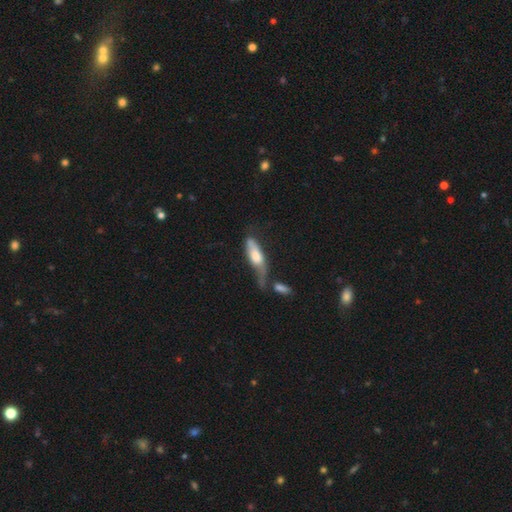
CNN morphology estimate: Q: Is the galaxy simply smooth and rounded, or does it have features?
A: smooth — 53%.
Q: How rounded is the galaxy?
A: in between — 54%.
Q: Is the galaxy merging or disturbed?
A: merger — 27%.